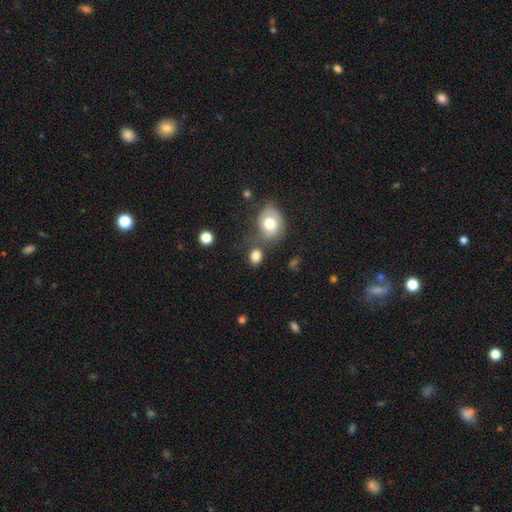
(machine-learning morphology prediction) type=smooth (83%); roundness=round (52%); merging=none (59%).